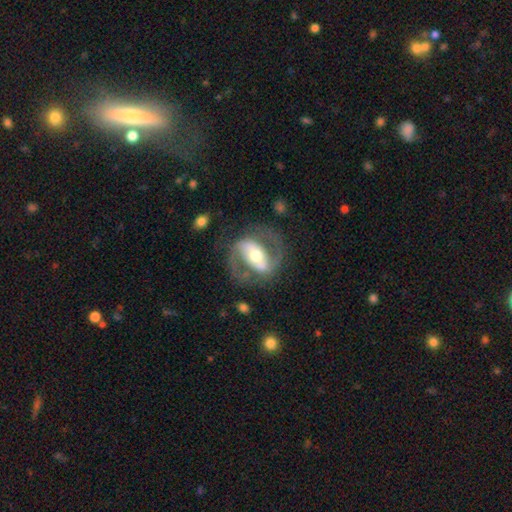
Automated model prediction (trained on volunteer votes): Morphology: type=featured or disk (86%); edge-on=no (96%); bar=strong (54%); spiral arms=yes (91%); winding=medium (56%); arm count=2 (92%); bulge=moderate (66%); merging=none (73%).